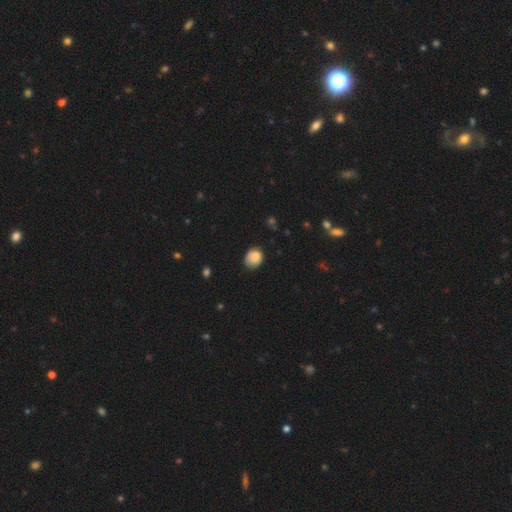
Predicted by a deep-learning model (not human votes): Smooth or featured? smooth (78%)
How rounded? round (62%)
Merging? none (59%)